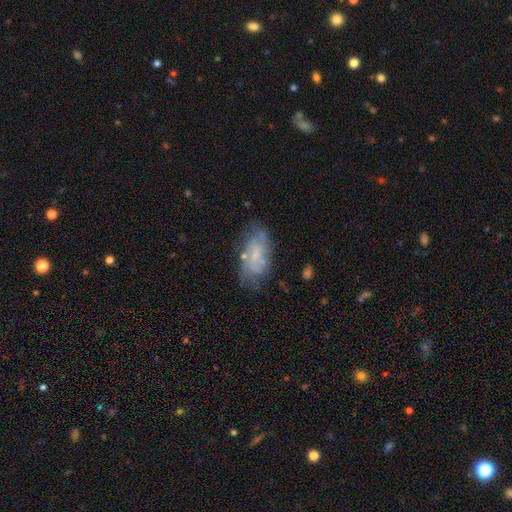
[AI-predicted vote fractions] featured or disk 60%, smooth 32%, star or artifact 9%. Down the decision tree: edge-on disk — no (94%); bar — no (60%); spiral arms — yes (70%); bulge size — small (54%); merging — none (61%).